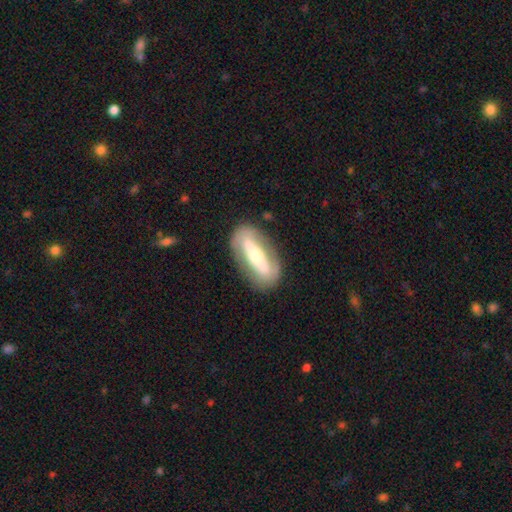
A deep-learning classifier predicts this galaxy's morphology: smooth-or-featured: featured or disk: 58% | smooth: 36% | star or artifact: 6%
  disk-edge-on: no: 74% | yes: 26%
  merging: none: 82% | minor disturbance: 12% | major disturbance: 5% | merger: 1%